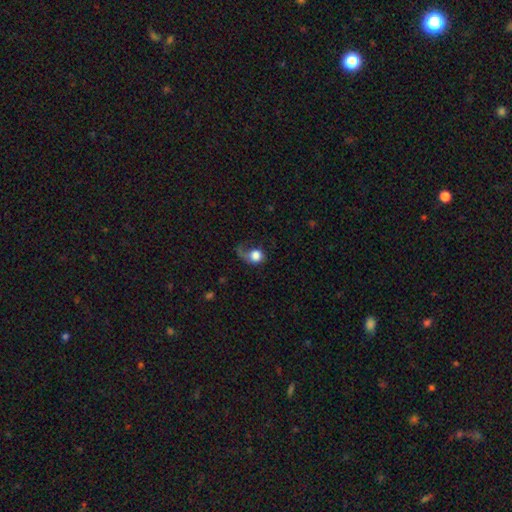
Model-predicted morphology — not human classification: A smooth galaxy with no disk features (69%) that is round (73%). Merging: major disturbance (48%).